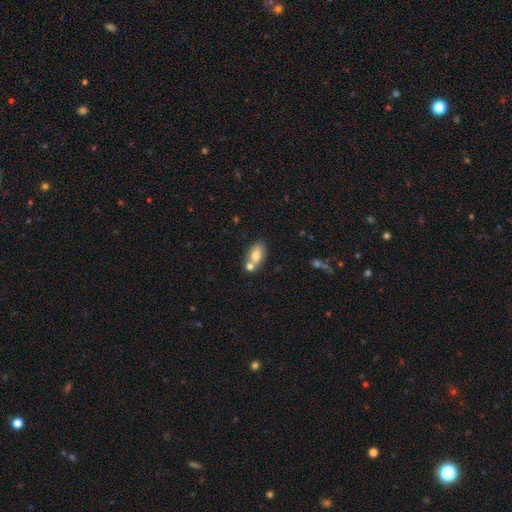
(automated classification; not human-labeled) smooth_or_featured: smooth (p=0.71) [alt: featured or disk p=0.20]
how_rounded: in between (p=0.87) [alt: round p=0.08]
merging: none (p=0.47) [alt: merger p=0.36]